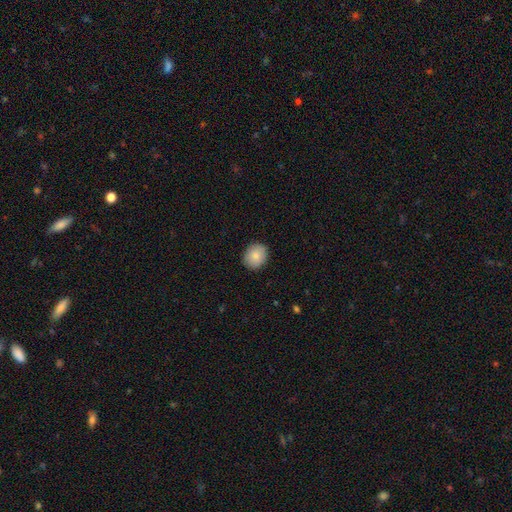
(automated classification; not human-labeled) This is clearly a smooth galaxy (84%). How rounded: likely round (70%). Merging: clearly none (90%).